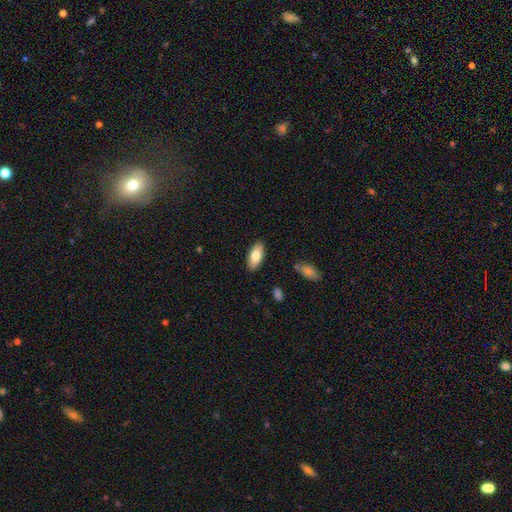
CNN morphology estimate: smooth 77%, featured or disk 17%, star or artifact 6%. Down the decision tree: how rounded — in between (88%); merging — none (88%).